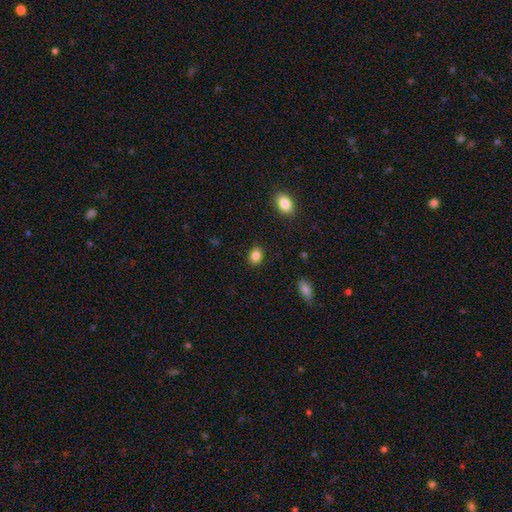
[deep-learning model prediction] smooth-or-featured: smooth: 86% | star or artifact: 10% | featured or disk: 5%
  how-rounded: in between: 53% | round: 46% | cigar-shaped: 1%
  merging: none: 89% | minor disturbance: 7% | major disturbance: 2% | merger: 1%